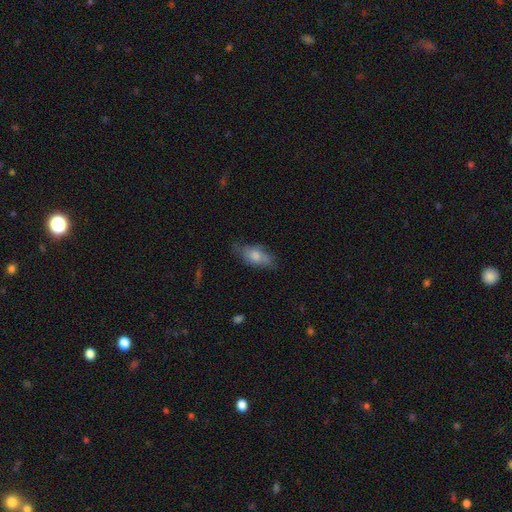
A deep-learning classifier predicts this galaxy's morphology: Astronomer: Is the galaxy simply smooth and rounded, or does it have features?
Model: smooth — 70%.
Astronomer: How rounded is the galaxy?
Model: in between — 85%.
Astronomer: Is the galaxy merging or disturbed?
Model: none — 58%.